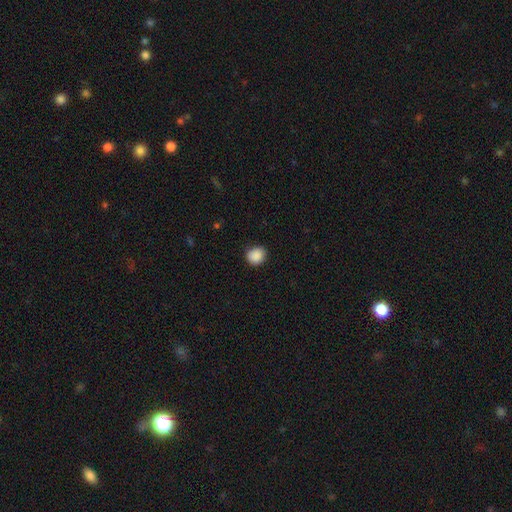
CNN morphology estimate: smooth 89%, star or artifact 8%, featured or disk 3%. Down the decision tree: how rounded — round (74%); merging — none (86%).